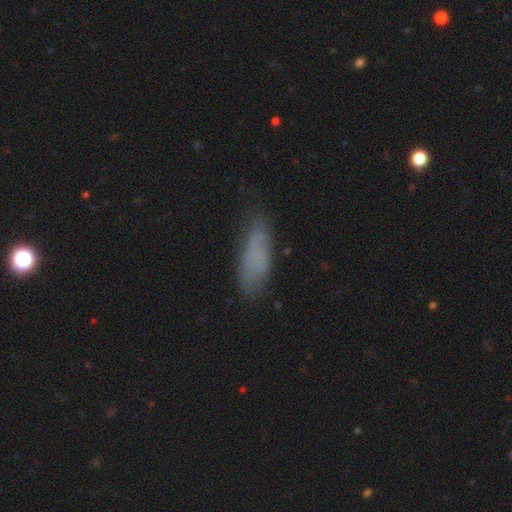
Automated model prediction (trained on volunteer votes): A smooth galaxy with no disk features (67%) that is in between round and cigar-shaped (57%). Merging: none (60%).